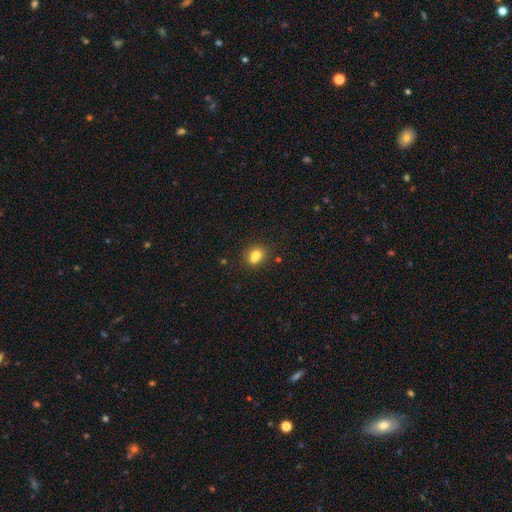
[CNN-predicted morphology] Q: Smooth or featured?
A: smooth (76%); runner-up: featured or disk (13%)
Q: How rounded?
A: round (60%); runner-up: in between (39%)
Q: Merging?
A: none (48%); runner-up: merger (34%)